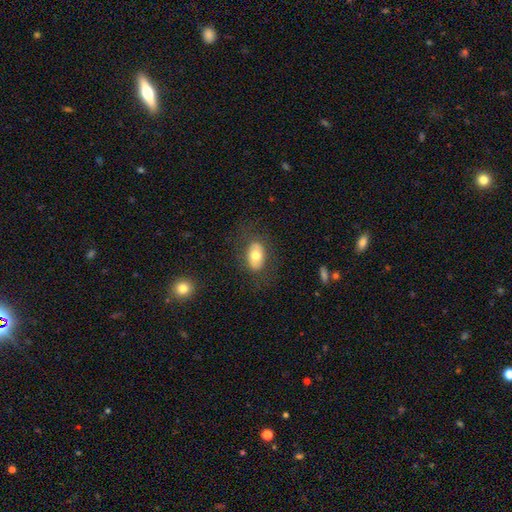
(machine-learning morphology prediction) Smooth or featured?
  - smooth: 66% *
  - featured or disk: 27%
  - star or artifact: 7%
How rounded?
  - in between: 89% *
  - round: 10%
  - cigar-shaped: 2%
Merging?
  - none: 78% *
  - minor disturbance: 13%
  - major disturbance: 7%
  - merger: 1%